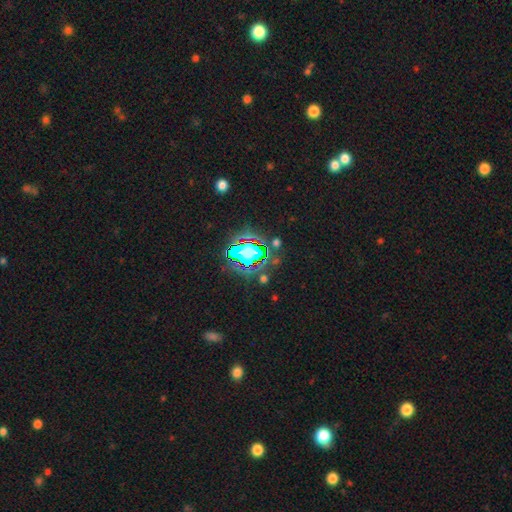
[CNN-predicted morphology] Overall: star or artifact (80%).